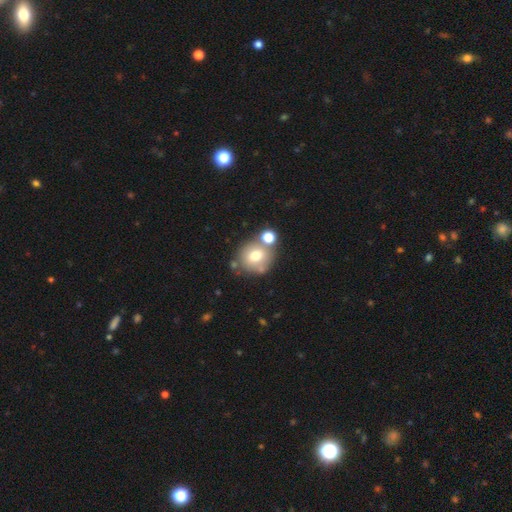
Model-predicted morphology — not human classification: Smooth or featured? smooth (68%)
How rounded? round (82%)
Merging? none (59%)